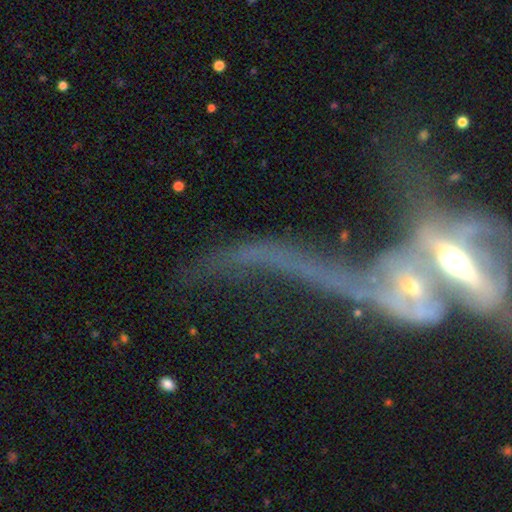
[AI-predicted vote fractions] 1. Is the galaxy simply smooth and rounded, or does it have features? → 69% featured or disk, 18% smooth, 13% star or artifact.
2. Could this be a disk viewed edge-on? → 74% no, 26% yes.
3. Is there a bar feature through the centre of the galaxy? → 56% no, 22% weak, 21% strong.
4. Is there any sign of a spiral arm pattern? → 50% yes (tied), 50% no (tied).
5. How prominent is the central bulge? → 46% moderate, 34% small, 8% large, 8% none, 4% dominant.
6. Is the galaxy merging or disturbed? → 58% merger, 26% major disturbance, 10% none, 6% minor disturbance.